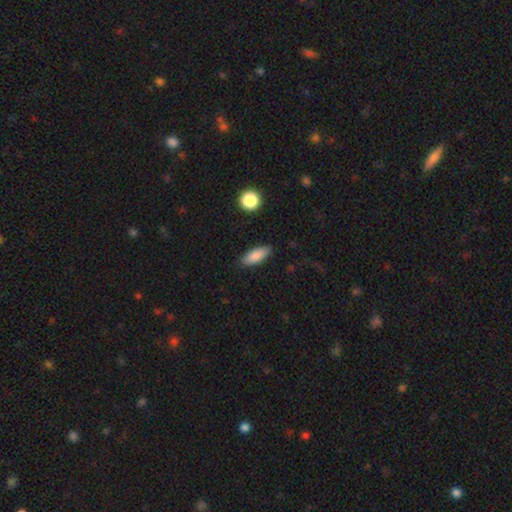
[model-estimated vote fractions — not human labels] A smooth galaxy with no disk features (85%) that is in between round and cigar-shaped (76%). Merging: none (84%).